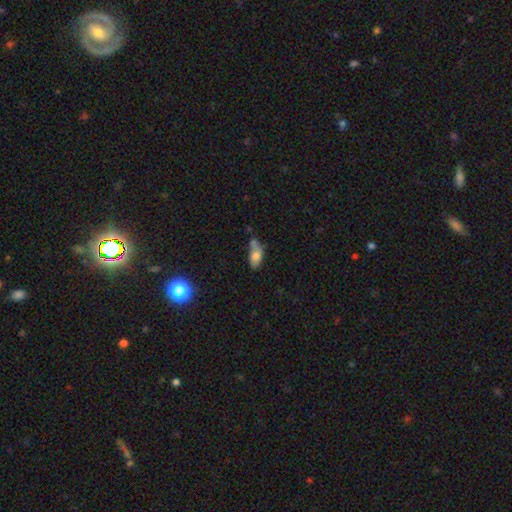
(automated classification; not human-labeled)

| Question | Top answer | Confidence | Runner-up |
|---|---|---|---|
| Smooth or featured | smooth | 71% | featured or disk (20%) |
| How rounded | in between | 84% | cigar-shaped (11%) |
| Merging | none | 35% | minor disturbance (29%) |